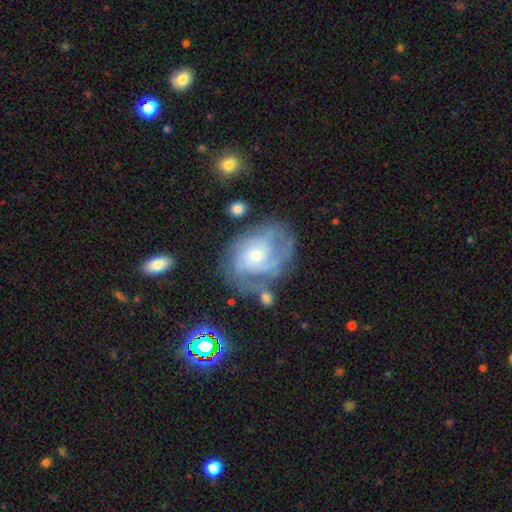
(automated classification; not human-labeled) Morphology: type=featured or disk (75%); edge-on=no (97%); bar=no (74%); spiral arms=yes (86%); winding=tight (52%); arm count=can't tell (43%); bulge=small (51%); merging=none (52%).